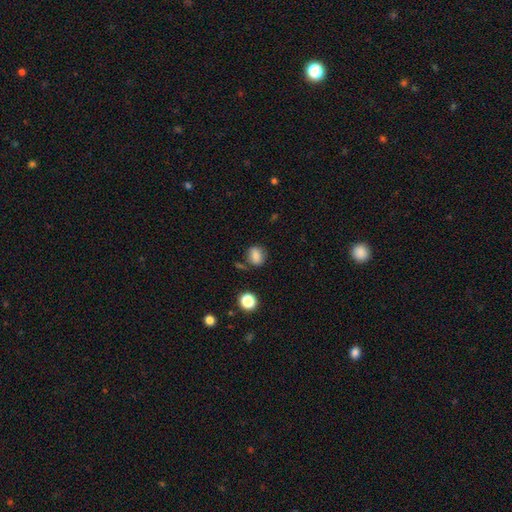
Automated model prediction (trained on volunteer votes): Smooth or featured? smooth (81%)
How rounded? round (51%)
Merging? none (73%)